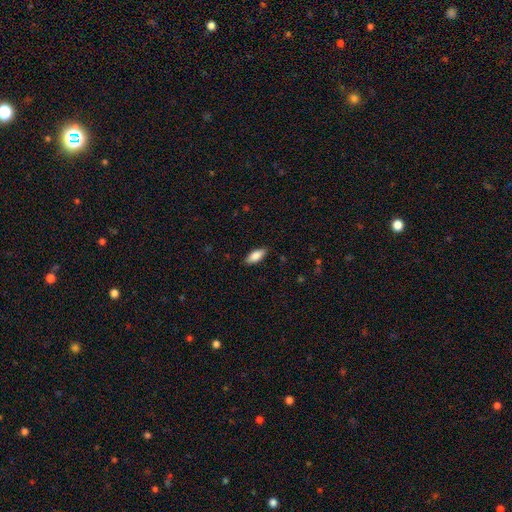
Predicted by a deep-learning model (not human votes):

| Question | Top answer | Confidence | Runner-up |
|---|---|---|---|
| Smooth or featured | smooth | 86% | featured or disk (8%) |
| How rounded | in between | 84% | cigar-shaped (14%) |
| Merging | none | 86% | minor disturbance (10%) |